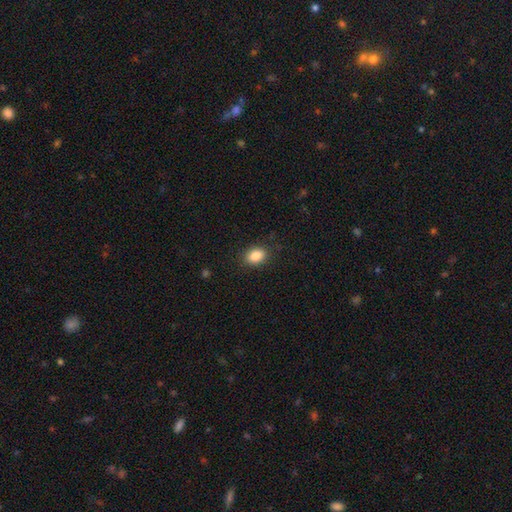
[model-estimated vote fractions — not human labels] Q: Smooth or featured?
A: smooth (86%); runner-up: star or artifact (9%)
Q: How rounded?
A: in between (75%); runner-up: round (24%)
Q: Merging?
A: none (86%); runner-up: minor disturbance (10%)